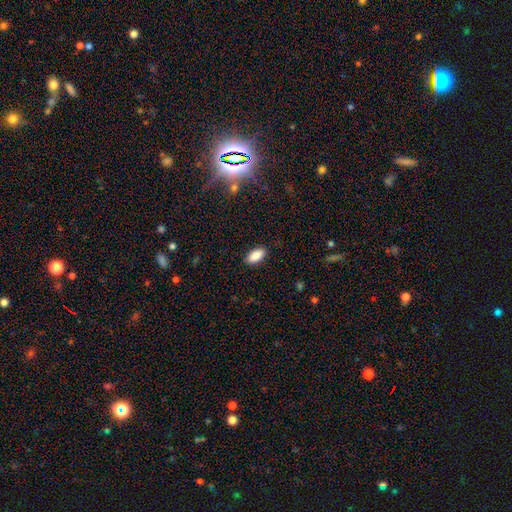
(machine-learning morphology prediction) Smooth or featured: smooth — 88% (star or artifact — 7%)
How rounded: in between — 91% (cigar-shaped — 7%)
Merging: none — 88% (minor disturbance — 8%)